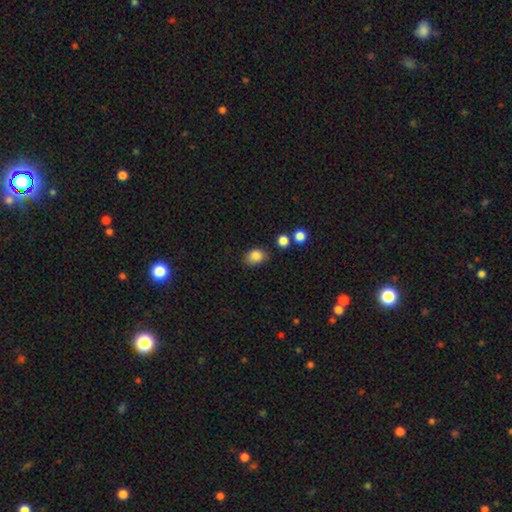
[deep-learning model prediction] Q: Smooth or featured?
A: smooth (86%); runner-up: star or artifact (10%)
Q: How rounded?
A: in between (66%); runner-up: round (33%)
Q: Merging?
A: none (72%); runner-up: minor disturbance (19%)